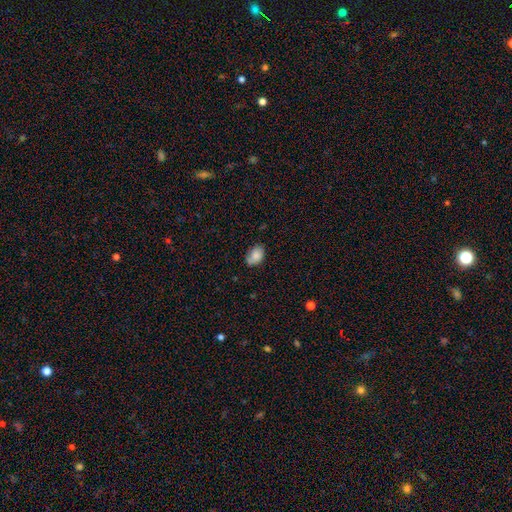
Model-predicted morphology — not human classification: Smooth or featured: smooth — 82% (featured or disk — 10%)
How rounded: in between — 82% (round — 17%)
Merging: none — 66% (minor disturbance — 27%)